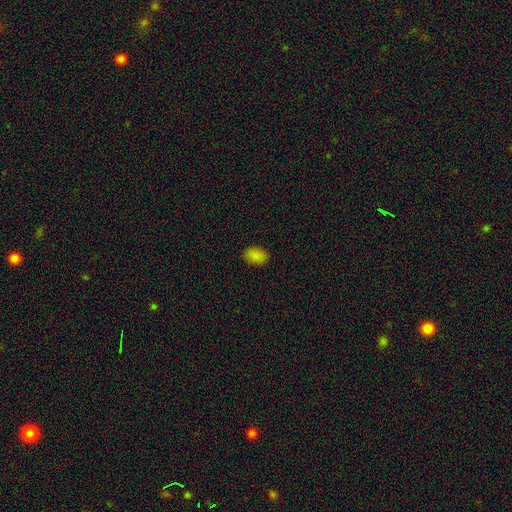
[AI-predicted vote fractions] Smooth or featured: smooth — 85% (star or artifact — 12%)
How rounded: in between — 88% (round — 10%)
Merging: none — 87% (minor disturbance — 10%)